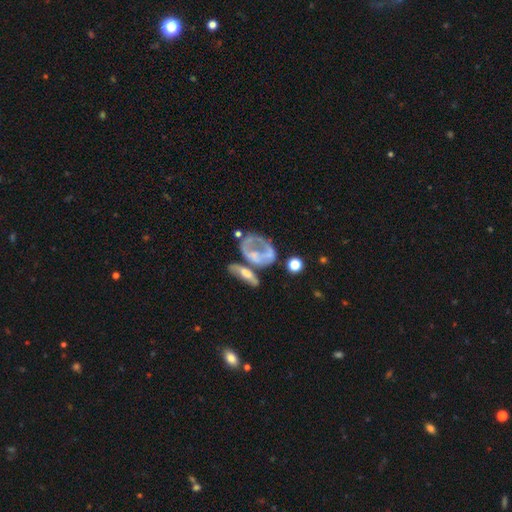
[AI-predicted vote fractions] Smooth or featured? Predicted: featured or disk (p=0.52). Edge-on disk? Predicted: no (p=0.94). Merging? Predicted: major disturbance (p=0.31).